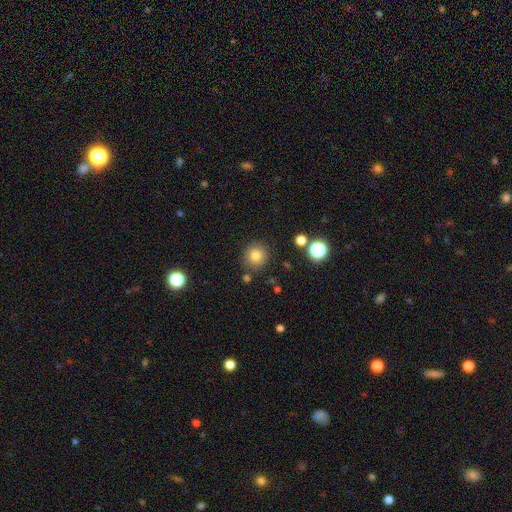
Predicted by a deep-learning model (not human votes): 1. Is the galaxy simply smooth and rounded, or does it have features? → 79% smooth, 13% star or artifact, 8% featured or disk.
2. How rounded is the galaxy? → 91% round, 8% in between, 1% cigar-shaped.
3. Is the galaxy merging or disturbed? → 85% none, 8% minor disturbance, 4% merger, 3% major disturbance.